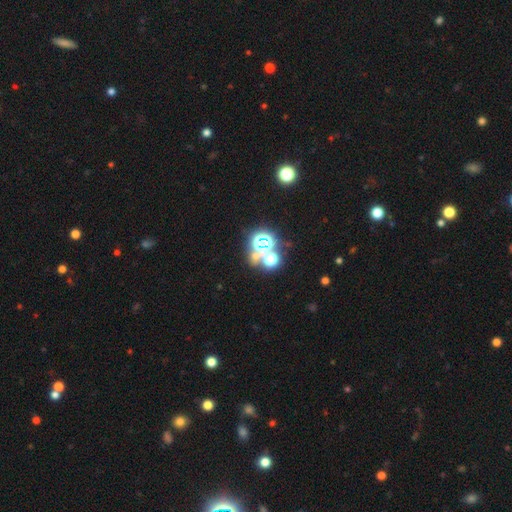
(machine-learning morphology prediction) Overall: star or artifact (58%; smooth 31%).